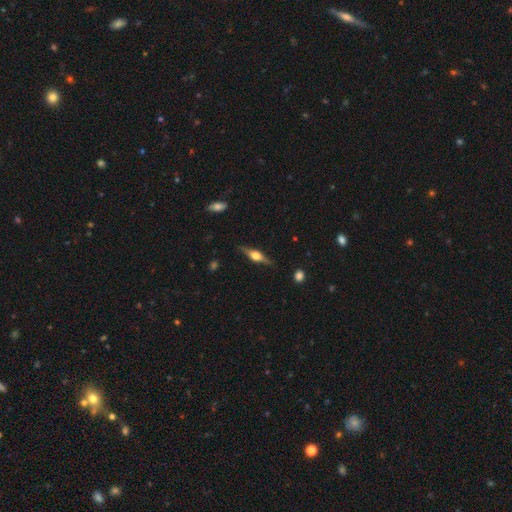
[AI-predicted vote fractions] smooth_or_featured: featured or disk (p=0.68) [alt: smooth p=0.25]
disk_edge_on: yes (p=0.96) [alt: no p=0.04]
edge_on_bulge: rounded (p=0.91) [alt: boxy p=0.07]
merging: none (p=0.86) [alt: minor disturbance p=0.11]